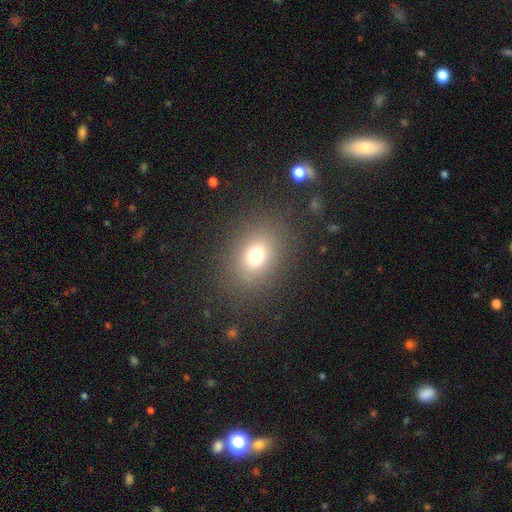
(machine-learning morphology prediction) Smooth or featured?
  - smooth: 71% *
  - star or artifact: 18%
  - featured or disk: 11%
How rounded?
  - round: 51% *
  - in between: 48%
  - cigar-shaped: 1%
Merging?
  - none: 84% *
  - minor disturbance: 8%
  - major disturbance: 6%
  - merger: 1%